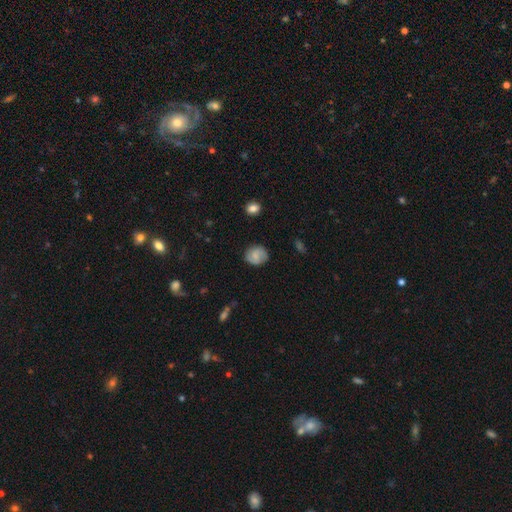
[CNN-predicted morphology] Smooth or featured? smooth (55%)
How rounded? round (73%)
Merging? none (81%)